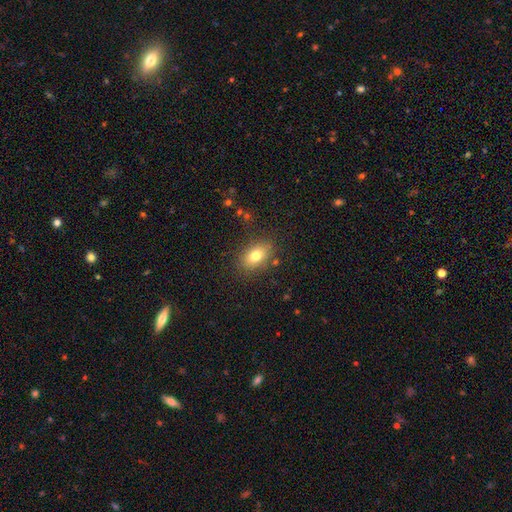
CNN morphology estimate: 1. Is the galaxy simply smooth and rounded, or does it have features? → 77% smooth, 13% featured or disk, 10% star or artifact.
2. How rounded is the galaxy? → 83% in between, 15% round, 2% cigar-shaped.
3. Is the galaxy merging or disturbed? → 83% none, 11% minor disturbance, 4% major disturbance, 2% merger.